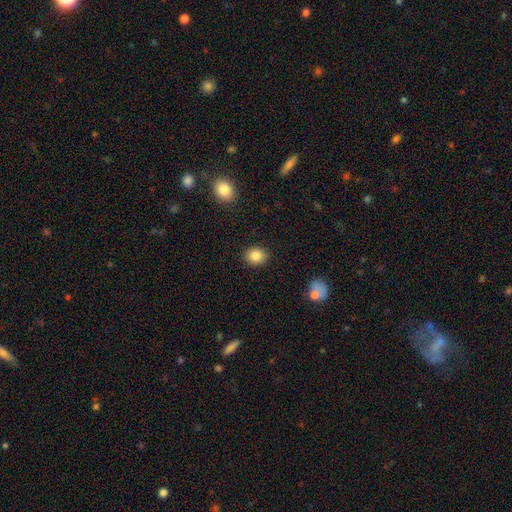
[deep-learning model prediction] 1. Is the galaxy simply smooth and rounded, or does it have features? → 85% smooth, 9% star or artifact, 5% featured or disk.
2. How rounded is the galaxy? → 65% round, 34% in between, 1% cigar-shaped.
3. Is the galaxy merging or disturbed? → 90% none, 7% minor disturbance, 2% major disturbance, 1% merger.